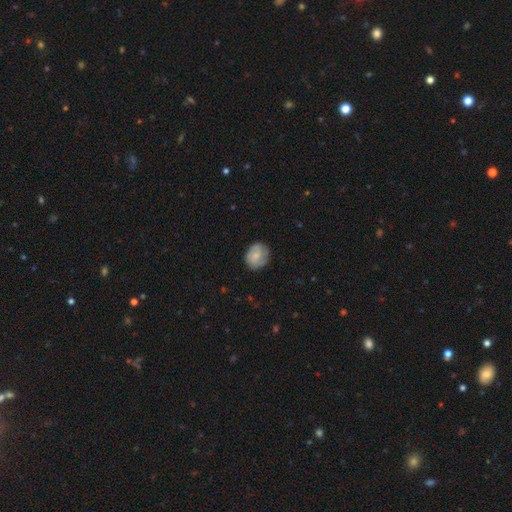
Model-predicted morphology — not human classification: Smooth or featured?
  - smooth: 62% *
  - featured or disk: 31%
  - star or artifact: 7%
How rounded?
  - round: 68% *
  - in between: 31%
  - cigar-shaped: 1%
Merging?
  - none: 77% *
  - minor disturbance: 17%
  - major disturbance: 4%
  - merger: 1%